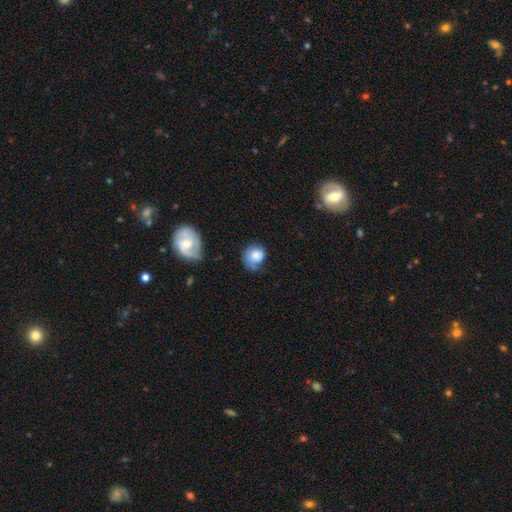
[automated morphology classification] Overall: smooth (74%). How rounded: round (70%). Merging: none (39%; minor disturbance 35%).